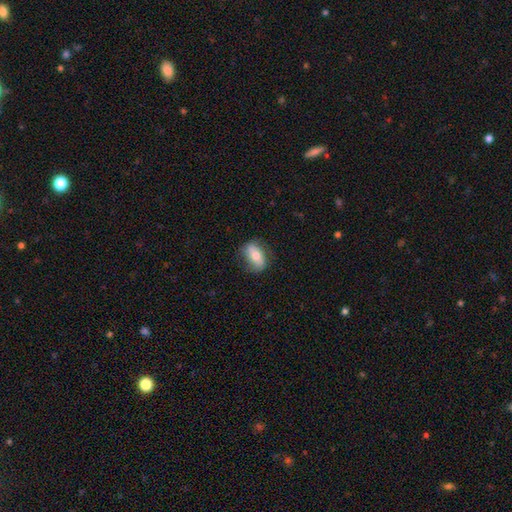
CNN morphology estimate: Smooth or featured? smooth (64%)
How rounded? in between (84%)
Merging? none (75%)